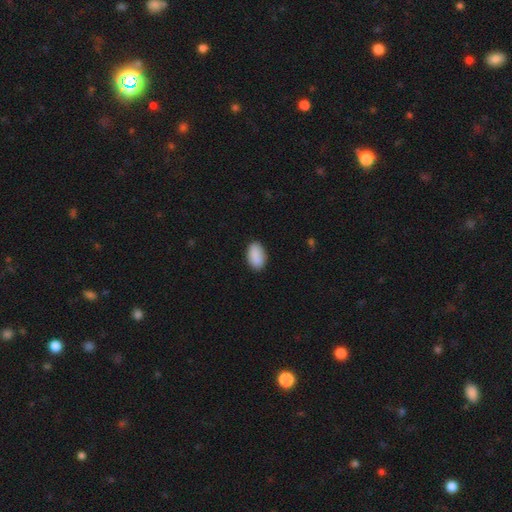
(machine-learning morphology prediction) Overall: smooth (90%). How rounded: in between (92%). Merging: none (87%).